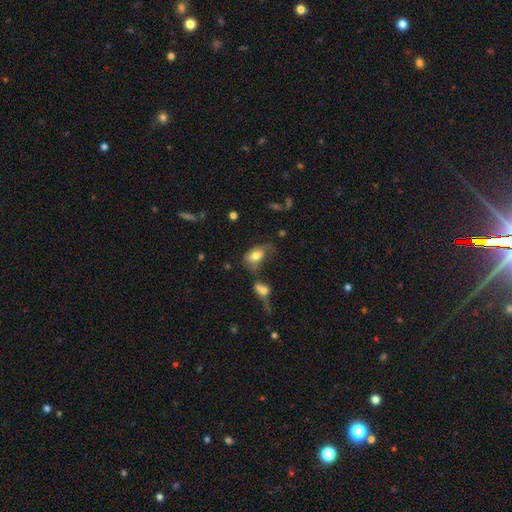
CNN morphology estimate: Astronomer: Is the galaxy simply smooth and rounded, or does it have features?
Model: smooth — 71%.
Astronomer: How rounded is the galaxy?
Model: in between — 87%.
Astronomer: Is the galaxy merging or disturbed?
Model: major disturbance — 29% (runner-up: none, 28%).